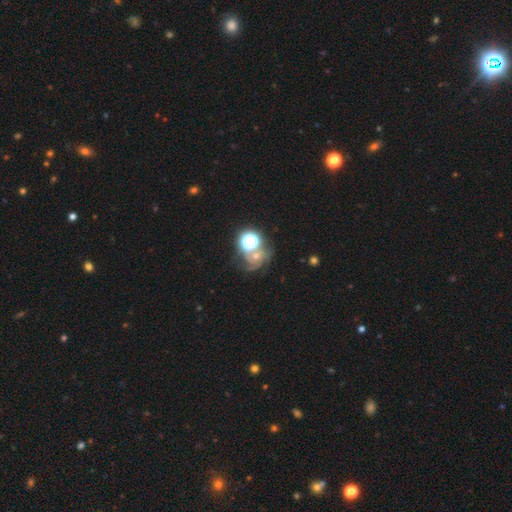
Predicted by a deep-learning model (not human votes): This is possibly a star or artifact rather than a galaxy (49%).